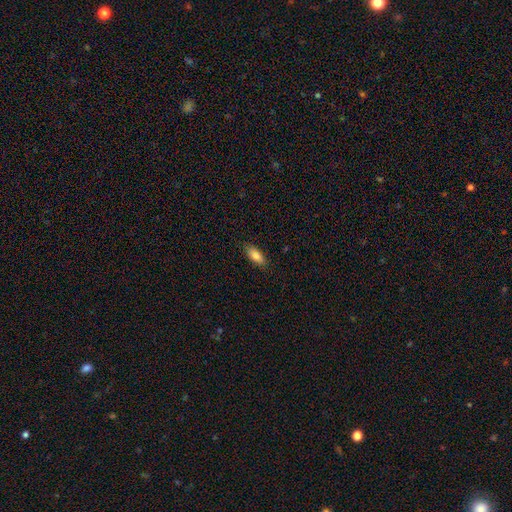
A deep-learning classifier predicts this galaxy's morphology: type=smooth (84%); roundness=in between (85%); merging=none (85%).